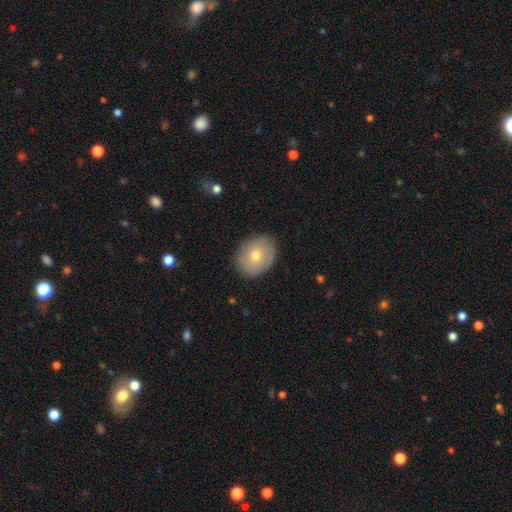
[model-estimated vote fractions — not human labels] Q: Smooth or featured?
A: smooth (66%); runner-up: featured or disk (25%)
Q: How rounded?
A: in between (56%); runner-up: round (43%)
Q: Merging?
A: none (85%); runner-up: minor disturbance (11%)